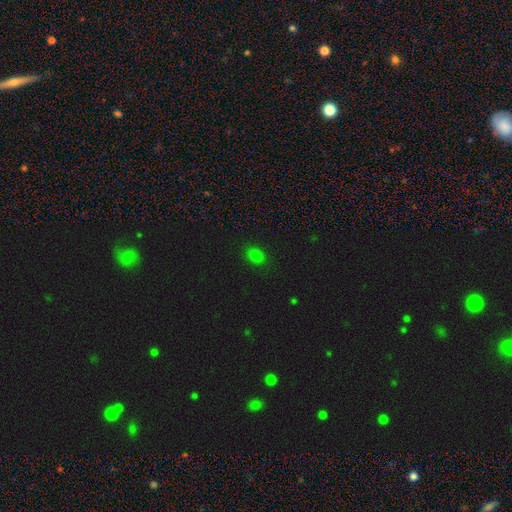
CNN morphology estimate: Smooth or featured? smooth (79%)
How rounded? in between (76%)
Merging? none (87%)